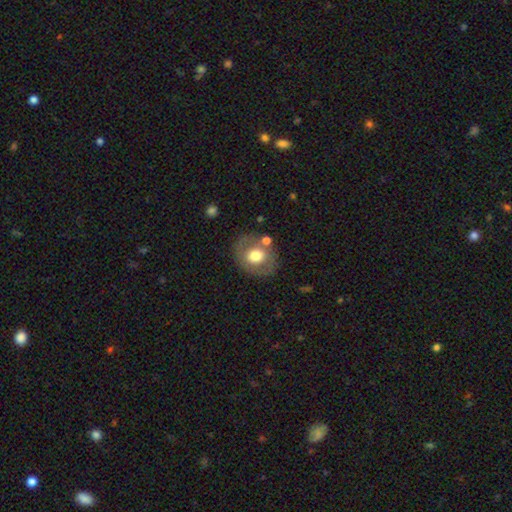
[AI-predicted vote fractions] This appears to be a smooth galaxy with no disk features (58%) that is round (68%). Merging: none (74%).